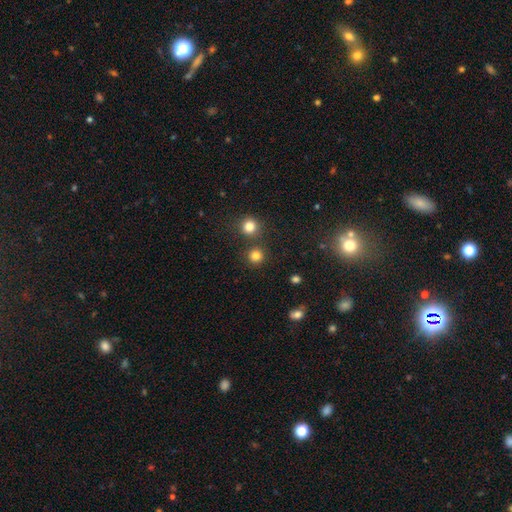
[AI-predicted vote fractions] This is clearly a smooth galaxy (81%). How rounded: clearly round (93%). Merging: clearly none (82%).